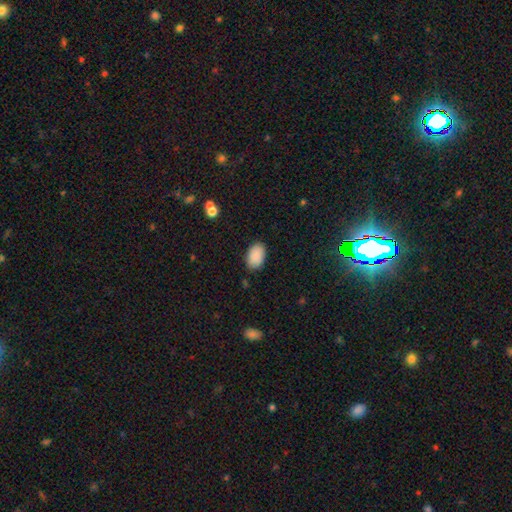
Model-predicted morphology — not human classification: Smooth or featured? smooth (90%)
How rounded? in between (91%)
Merging? none (85%)